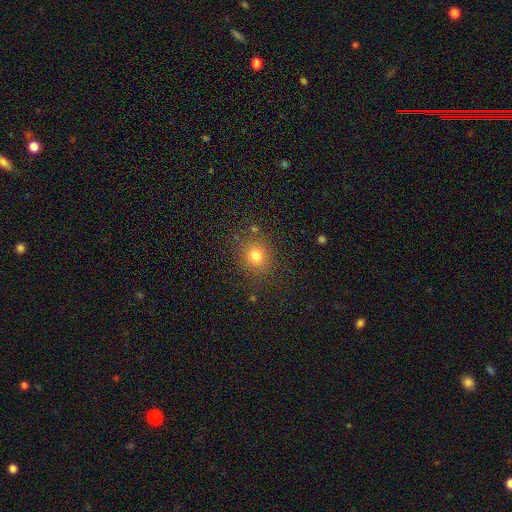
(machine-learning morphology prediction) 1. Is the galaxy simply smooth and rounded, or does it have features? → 77% smooth, 16% star or artifact, 7% featured or disk.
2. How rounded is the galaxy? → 80% round, 19% in between, 1% cigar-shaped.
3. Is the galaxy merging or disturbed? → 83% none, 10% minor disturbance, 4% major disturbance, 3% merger.